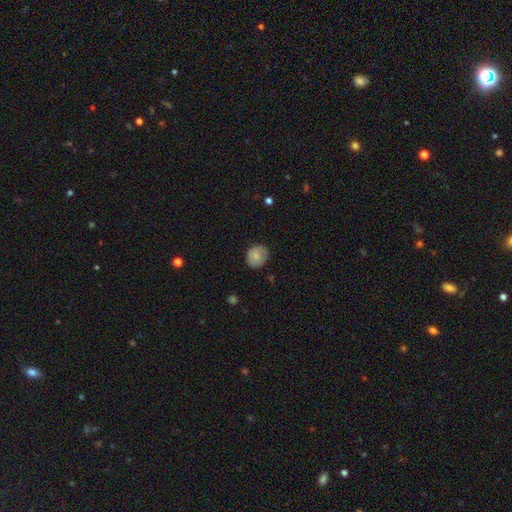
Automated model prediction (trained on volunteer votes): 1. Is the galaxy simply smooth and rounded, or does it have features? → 76% smooth, 17% featured or disk, 8% star or artifact.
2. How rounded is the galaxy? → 73% round, 26% in between, 1% cigar-shaped.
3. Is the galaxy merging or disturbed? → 72% none, 22% minor disturbance, 5% major disturbance, 1% merger.